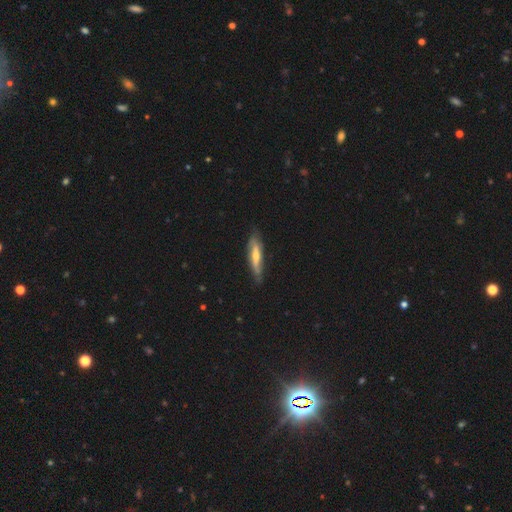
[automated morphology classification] Smooth or featured: featured or disk — 58% (smooth — 35%)
Edge-on disk: yes — 67% (no — 33%)
Merging: none — 76% (minor disturbance — 19%)